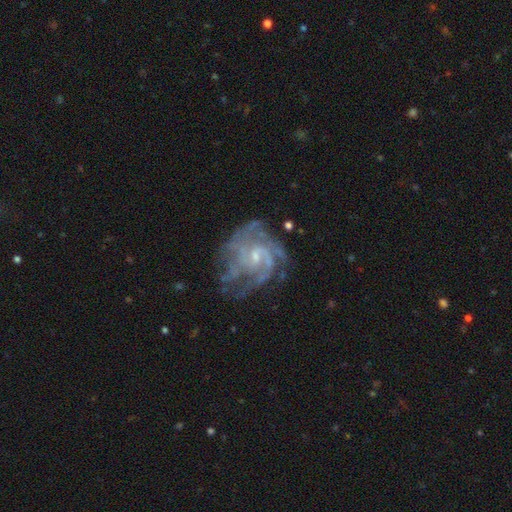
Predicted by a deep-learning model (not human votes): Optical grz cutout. It shows a featured or disk galaxy (85%) with no bar (54%), tight (47%) spiral arms (93%) and a small central bulge (68%). Merging: none (62%).